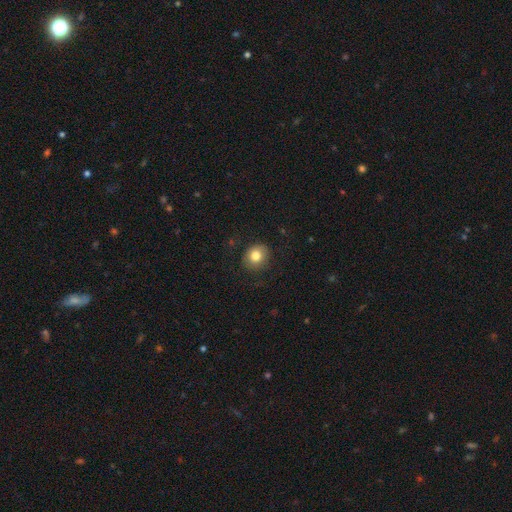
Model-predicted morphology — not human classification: Smooth or featured? smooth (81%)
How rounded? round (71%)
Merging? none (84%)